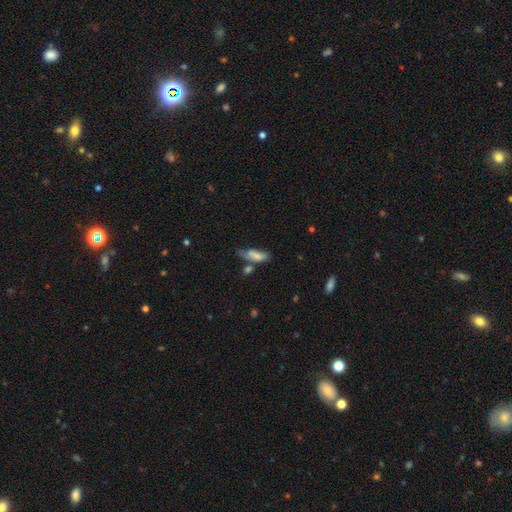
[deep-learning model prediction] The model was most divided on "merging": none: 38%, minor disturbance: 27%, merger: 20%, major disturbance: 14%. More confident: smooth or featured — smooth (72%); how rounded — in between (60%).